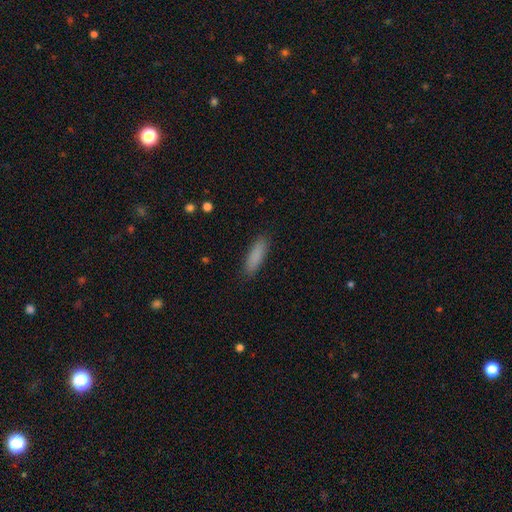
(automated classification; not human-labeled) This is clearly a smooth galaxy (87%). How rounded: likely cigar-shaped (63%). Merging: clearly none (89%).